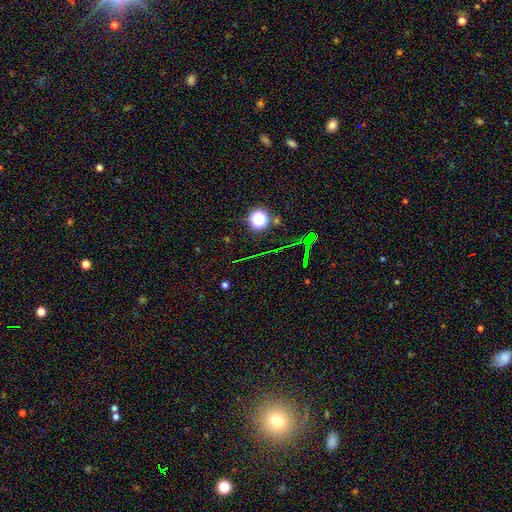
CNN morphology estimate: This is likely a star or artifact rather than a galaxy (74%).